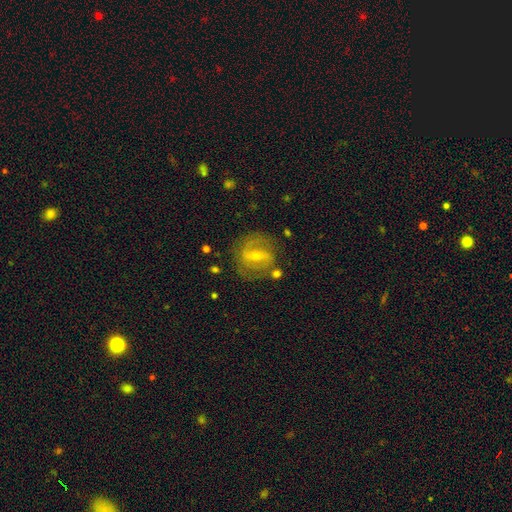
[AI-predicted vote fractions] featured or disk 67%, smooth 24%, star or artifact 9%. Down the decision tree: edge-on disk — no (94%); bar — weak (42%); spiral arms — yes (71%); bulge size — small (58%); merging — none (72%).